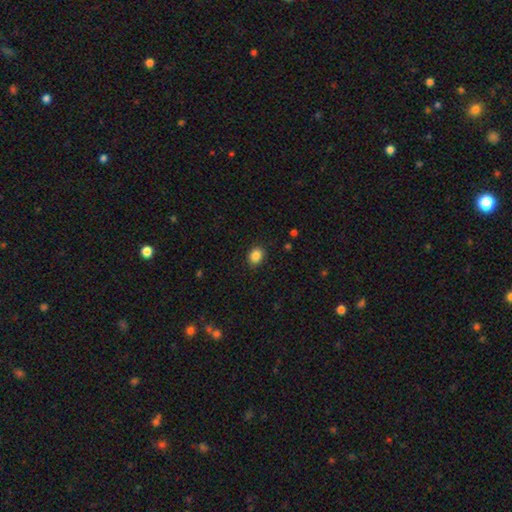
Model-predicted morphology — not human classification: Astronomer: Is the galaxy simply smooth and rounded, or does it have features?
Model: smooth — 86%.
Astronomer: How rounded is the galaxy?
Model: round — 51% (runner-up: in between, 48%).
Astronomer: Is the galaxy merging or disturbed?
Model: none — 87%.